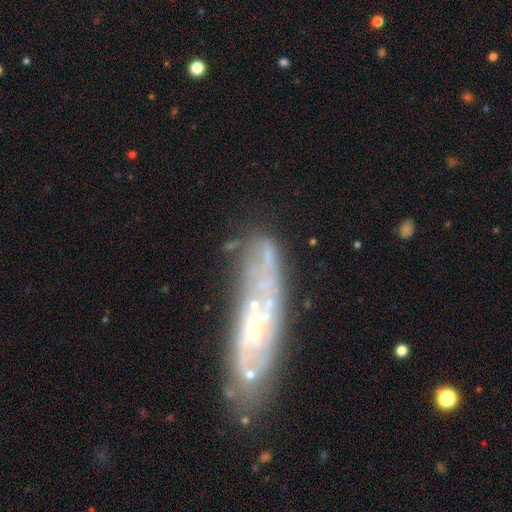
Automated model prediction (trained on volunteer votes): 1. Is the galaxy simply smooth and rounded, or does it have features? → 66% featured or disk, 25% smooth, 9% star or artifact.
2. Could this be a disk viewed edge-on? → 70% no, 30% yes.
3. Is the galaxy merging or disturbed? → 58% none, 20% minor disturbance, 12% major disturbance, 9% merger.